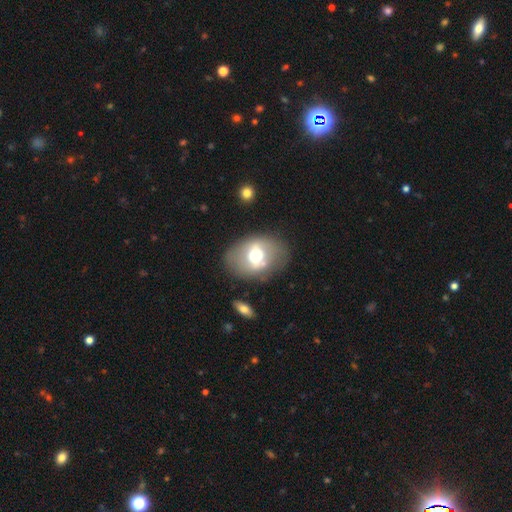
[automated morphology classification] Smooth or featured: smooth — 47% (featured or disk — 44%)
Merging: none — 71% (minor disturbance — 16%)